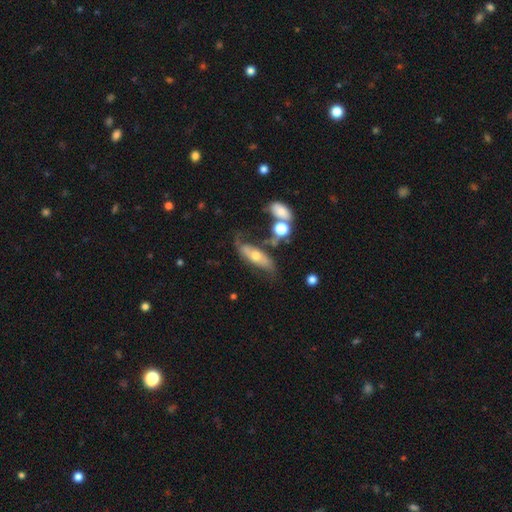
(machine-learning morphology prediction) This appears to be a featured or disk galaxy (57%). Merging: none (46%).